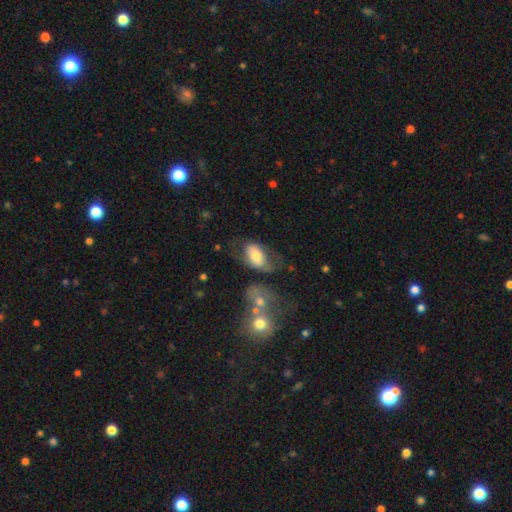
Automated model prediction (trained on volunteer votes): A smooth galaxy with no disk features (58%) that is in between round and cigar-shaped (90%). Merging: none (39%).